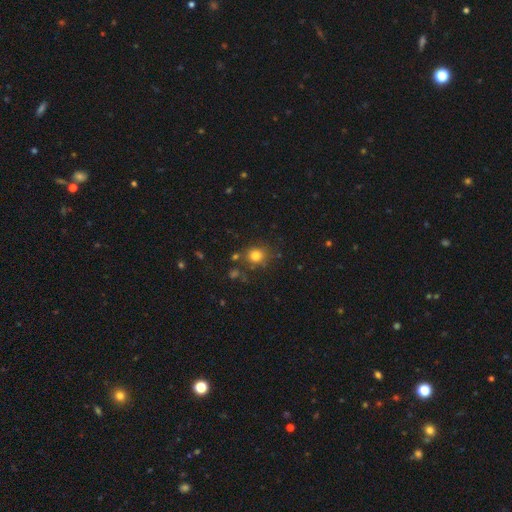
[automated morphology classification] smooth-or-featured: smooth: 78% | star or artifact: 14% | featured or disk: 7%
  how-rounded: round: 84% | in between: 15% | cigar-shaped: 1%
  merging: none: 77% | minor disturbance: 12% | merger: 6% | major disturbance: 4%